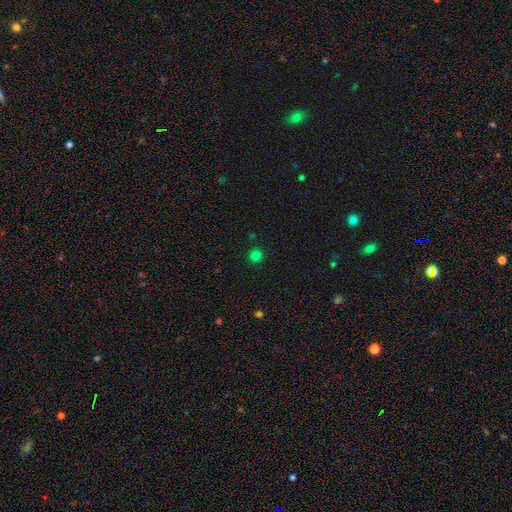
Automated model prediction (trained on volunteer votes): The model was most divided on "smooth or featured": smooth: 78%, star or artifact: 18%, featured or disk: 4%. More confident: how rounded — round (94%); merging — none (90%).